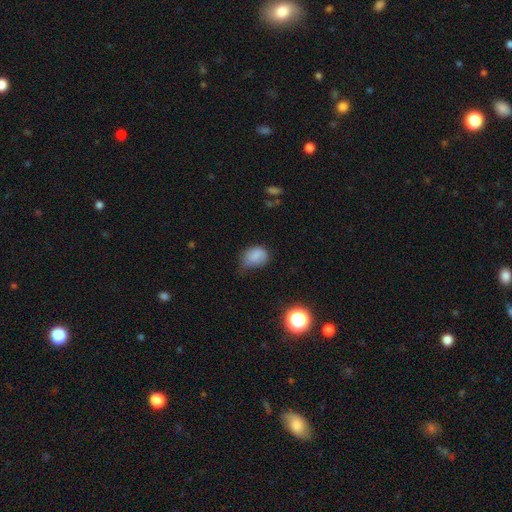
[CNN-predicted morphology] Smooth or featured: smooth — 80% (star or artifact — 11%)
How rounded: in between — 62% (round — 37%)
Merging: minor disturbance — 43% (none — 40%)